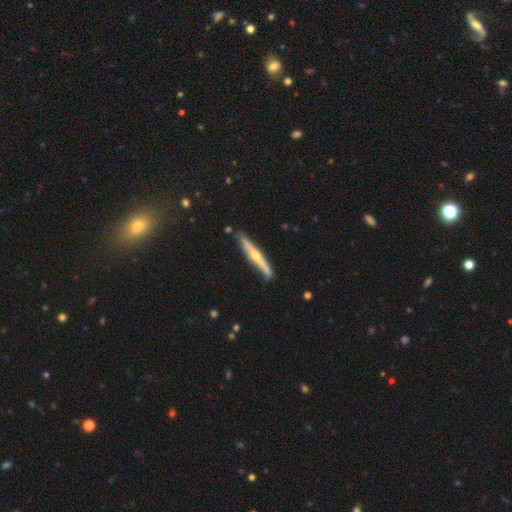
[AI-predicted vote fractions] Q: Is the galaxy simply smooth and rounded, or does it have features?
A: featured or disk — 70%.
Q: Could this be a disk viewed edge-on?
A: yes — 96%.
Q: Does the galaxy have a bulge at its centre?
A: rounded — 87%.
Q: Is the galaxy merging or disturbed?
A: none — 85%.